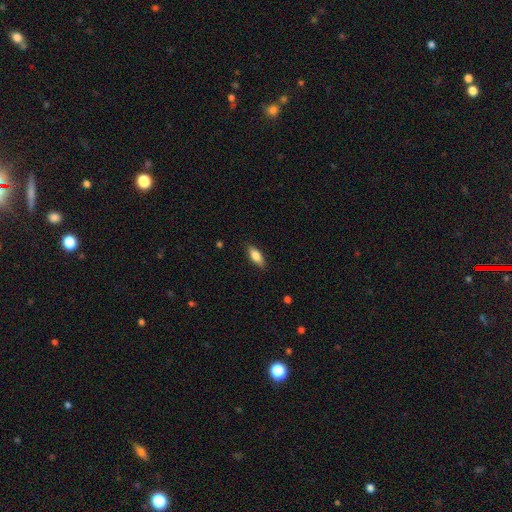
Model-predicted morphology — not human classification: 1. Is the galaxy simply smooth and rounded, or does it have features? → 80% smooth, 14% featured or disk, 6% star or artifact.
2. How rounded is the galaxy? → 77% in between, 21% cigar-shaped, 2% round.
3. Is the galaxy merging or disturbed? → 85% none, 11% minor disturbance, 2% major disturbance, 1% merger.